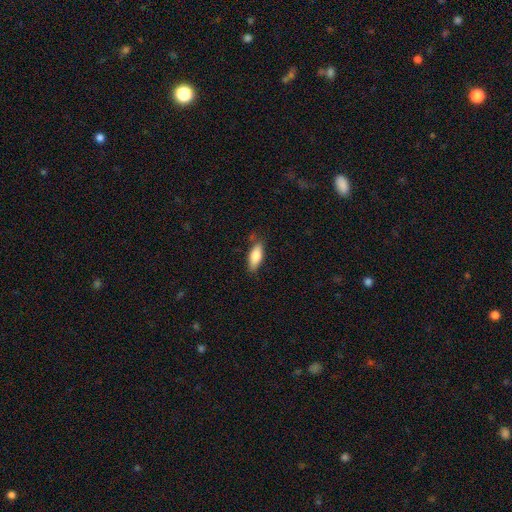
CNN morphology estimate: type=smooth (80%); roundness=in between (74%); merging=none (76%).